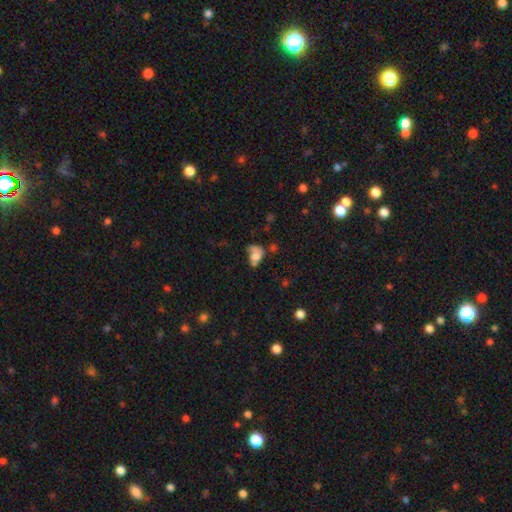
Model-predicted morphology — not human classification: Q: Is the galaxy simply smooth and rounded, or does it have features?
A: smooth — 54%.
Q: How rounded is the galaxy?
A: in between — 74%.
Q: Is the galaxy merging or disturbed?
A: major disturbance — 31%.